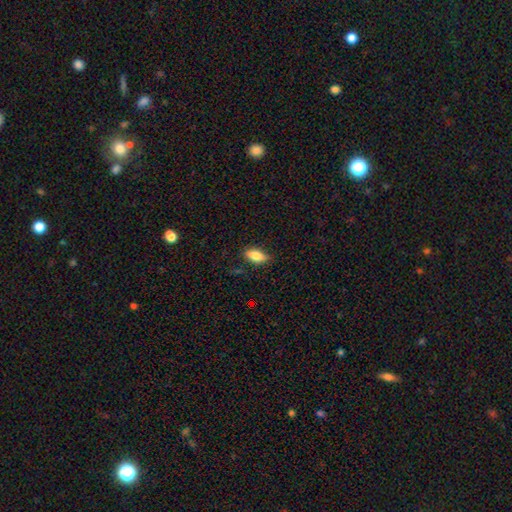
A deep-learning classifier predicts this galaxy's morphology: A smooth galaxy with no disk features (81%) that is in between round and cigar-shaped (85%).

Vote fractions:
- Smooth or featured? smooth: 81% / featured or disk: 11% / star or artifact: 8%
- How rounded? in between: 85% / cigar-shaped: 12% / round: 3%
- Merging? none: 80% / minor disturbance: 15% / major disturbance: 3% / merger: 1%